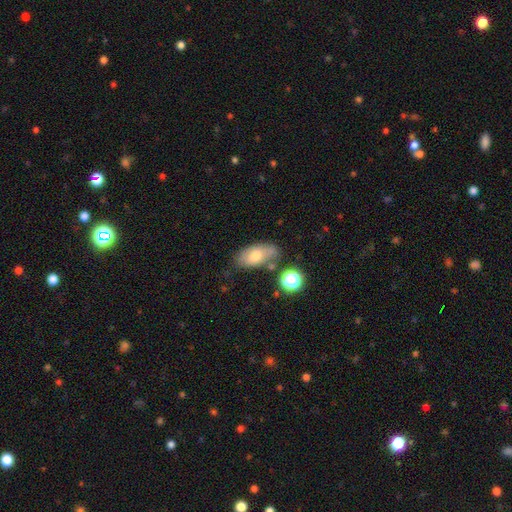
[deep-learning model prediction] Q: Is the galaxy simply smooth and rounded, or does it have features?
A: smooth — 67%.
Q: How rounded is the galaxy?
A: in between — 89%.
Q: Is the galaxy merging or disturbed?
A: none — 66%.